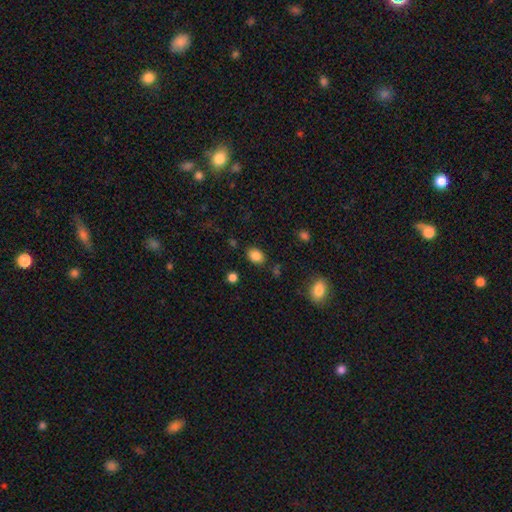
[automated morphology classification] Smooth or featured: smooth — 85% (star or artifact — 10%)
How rounded: in between — 66% (round — 33%)
Merging: none — 82% (minor disturbance — 12%)